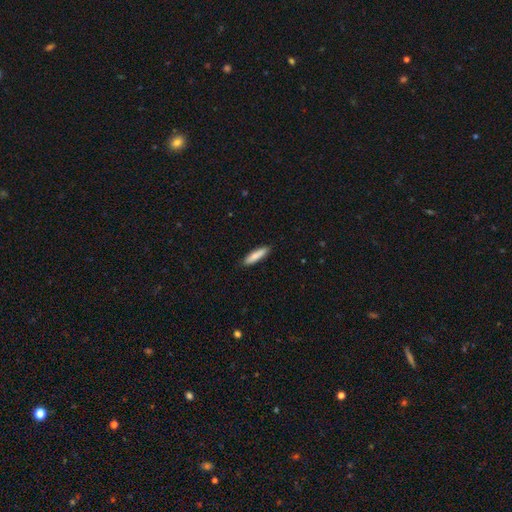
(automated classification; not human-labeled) smooth_or_featured: smooth (p=0.81) [alt: featured or disk p=0.13]
how_rounded: cigar-shaped (p=0.75) [alt: in between p=0.23]
merging: none (p=0.89) [alt: minor disturbance p=0.08]